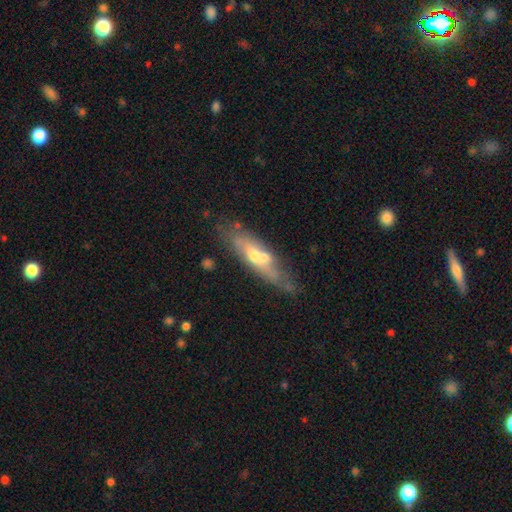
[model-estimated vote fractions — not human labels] Q: Smooth or featured?
A: featured or disk (54%); runner-up: smooth (39%)
Q: Edge-on disk?
A: no (55%); runner-up: yes (45%)
Q: Merging?
A: none (55%); runner-up: minor disturbance (21%)